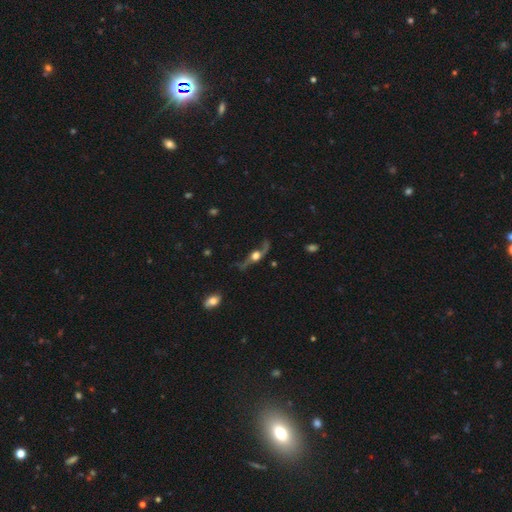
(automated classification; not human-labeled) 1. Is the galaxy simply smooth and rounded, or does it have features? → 79% featured or disk, 12% smooth, 9% star or artifact.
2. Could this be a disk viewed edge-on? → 60% yes, 40% no.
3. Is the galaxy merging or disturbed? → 61% none, 18% major disturbance, 17% minor disturbance, 4% merger.